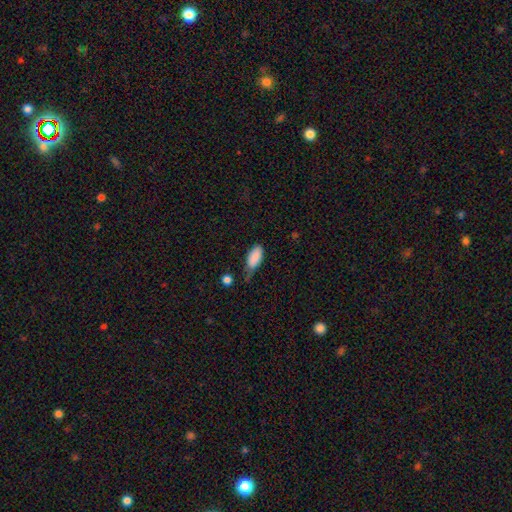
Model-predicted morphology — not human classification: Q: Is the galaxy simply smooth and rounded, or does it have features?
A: smooth — 86%.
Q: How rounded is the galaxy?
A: in between — 90%.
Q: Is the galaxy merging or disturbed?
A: minor disturbance — 43%.